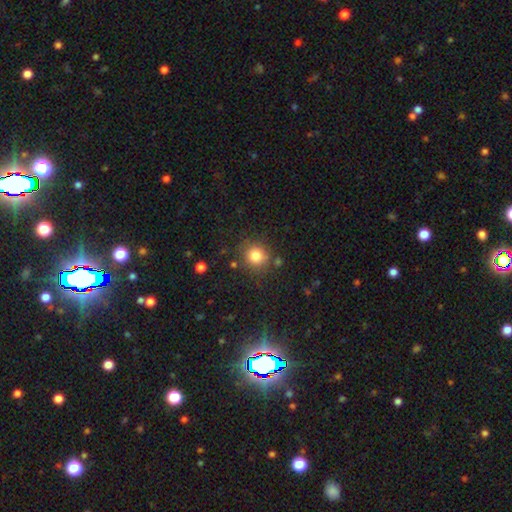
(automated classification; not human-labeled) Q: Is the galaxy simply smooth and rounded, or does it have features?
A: smooth — 81%.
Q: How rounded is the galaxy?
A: round — 89%.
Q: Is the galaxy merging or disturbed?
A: none — 80%.